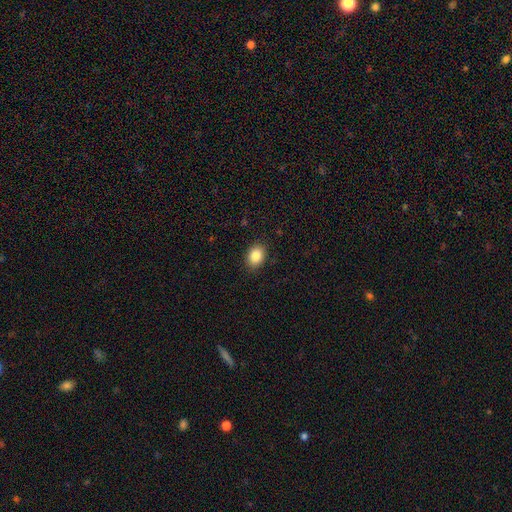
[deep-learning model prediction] This appears to be a smooth galaxy with no disk features (86%) that is in between round and cigar-shaped (71%). Merging: none (87%).